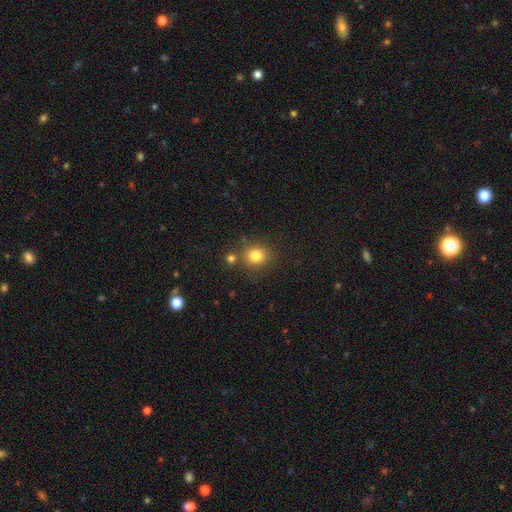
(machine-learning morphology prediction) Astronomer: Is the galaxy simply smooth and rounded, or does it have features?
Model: smooth — 81%.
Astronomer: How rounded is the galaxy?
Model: round — 82%.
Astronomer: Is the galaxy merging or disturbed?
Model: none — 76%.